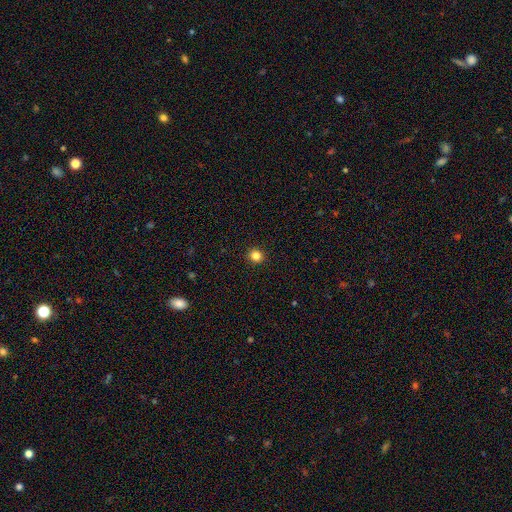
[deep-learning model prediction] The model was most divided on "smooth or featured": smooth: 83%, star or artifact: 13%, featured or disk: 4%. More confident: merging — none (93%); how rounded — round (89%).